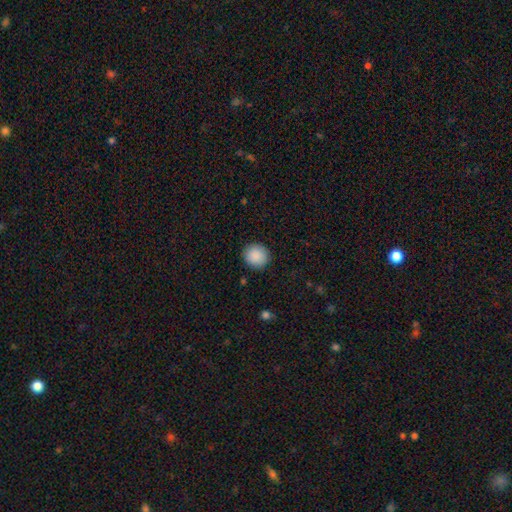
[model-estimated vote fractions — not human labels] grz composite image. It shows a smooth galaxy with no disk features (90%) that is round (90%). Merging: none (90%).